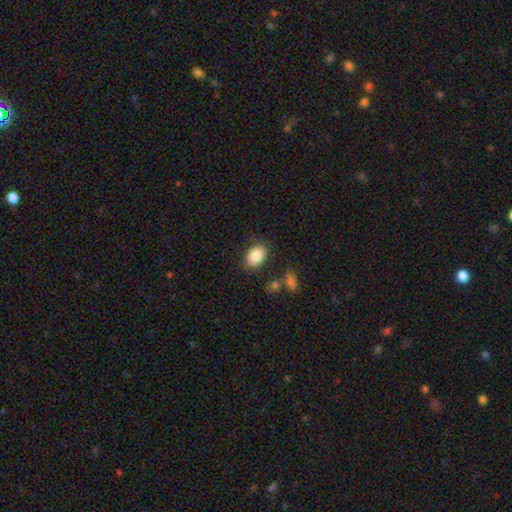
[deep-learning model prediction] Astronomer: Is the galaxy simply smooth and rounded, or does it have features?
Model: smooth — 84%.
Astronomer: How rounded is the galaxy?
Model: in between — 80%.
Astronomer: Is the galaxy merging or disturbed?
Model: none — 79%.